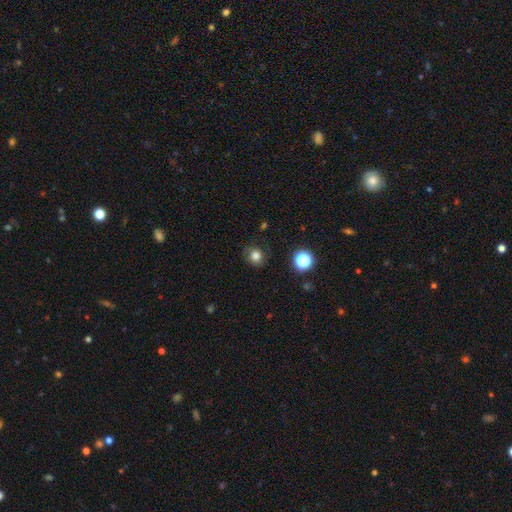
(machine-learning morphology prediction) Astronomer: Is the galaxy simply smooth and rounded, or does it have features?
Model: smooth — 79%.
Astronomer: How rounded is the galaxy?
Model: round — 82%.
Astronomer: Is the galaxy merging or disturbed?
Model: none — 82%.